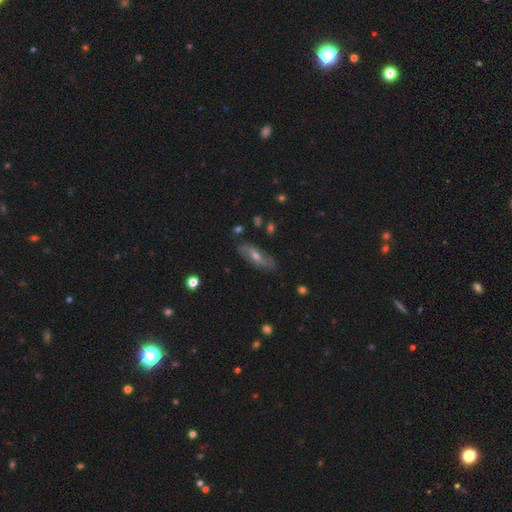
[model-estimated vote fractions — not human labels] Q: Smooth or featured?
A: featured or disk (65%); runner-up: smooth (26%)
Q: Edge-on disk?
A: no (70%); runner-up: yes (30%)
Q: Merging?
A: none (79%); runner-up: minor disturbance (15%)